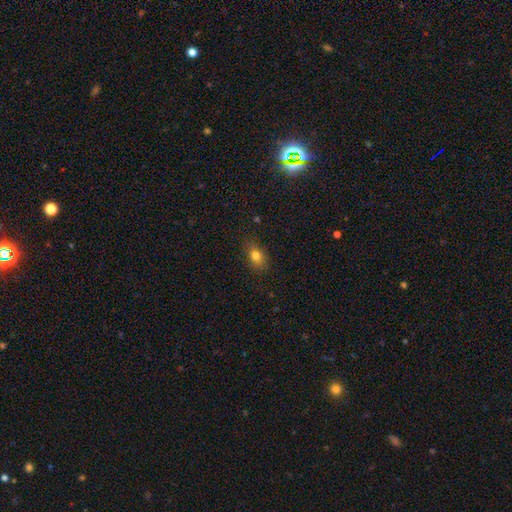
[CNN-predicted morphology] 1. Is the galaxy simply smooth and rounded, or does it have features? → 79% smooth, 11% star or artifact, 10% featured or disk.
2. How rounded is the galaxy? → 74% in between, 23% round, 3% cigar-shaped.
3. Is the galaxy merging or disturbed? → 82% none, 14% minor disturbance, 3% major disturbance, 1% merger.